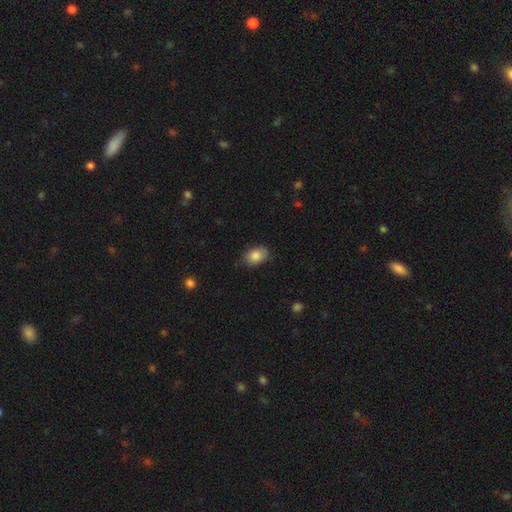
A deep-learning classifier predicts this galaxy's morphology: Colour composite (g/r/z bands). It shows a smooth galaxy with no disk features (86%) that is in between round and cigar-shaped (80%). Merging: none (81%).